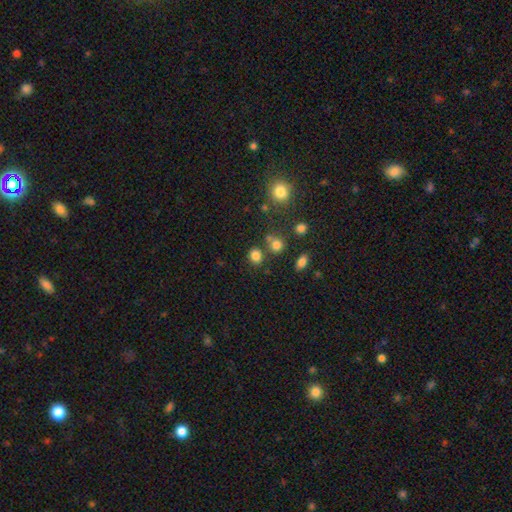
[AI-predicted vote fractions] smooth_or_featured: smooth (p=0.81) [alt: star or artifact p=0.14]
how_rounded: round (p=0.74) [alt: in between p=0.25]
merging: none (p=0.74) [alt: merger p=0.12]